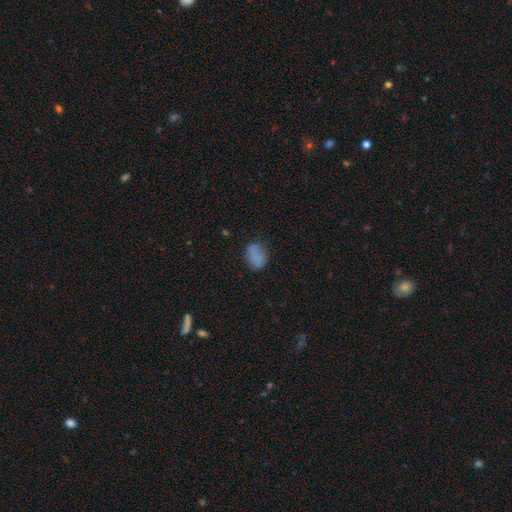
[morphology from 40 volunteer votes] This is clearly a smooth galaxy (85%). How rounded: likely in between (68%). Merging: likely none (63%).